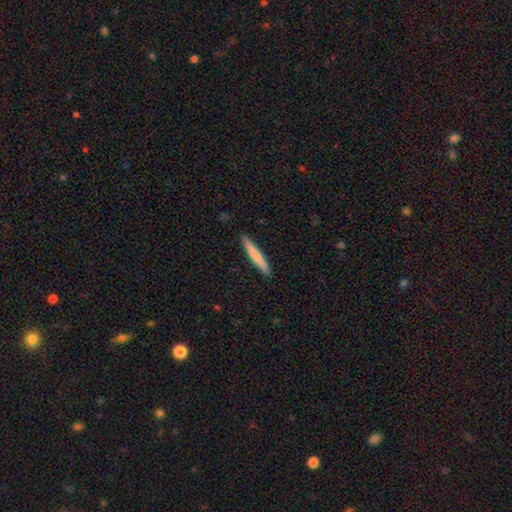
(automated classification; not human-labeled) smooth 75%, featured or disk 20%, star or artifact 5%. Down the decision tree: how rounded — cigar-shaped (95%); merging — none (91%).